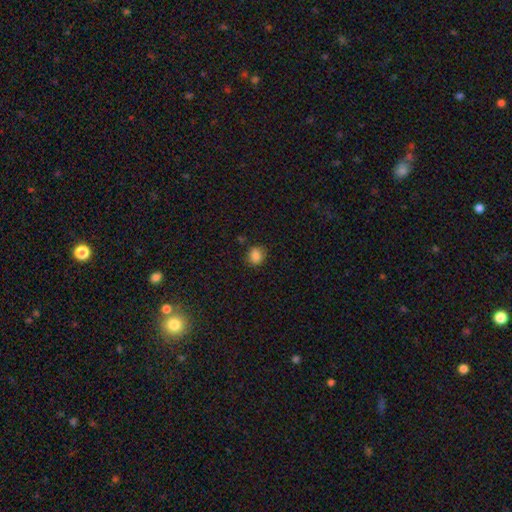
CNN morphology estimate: Smooth or featured?
  - smooth: 85% *
  - star or artifact: 11%
  - featured or disk: 4%
How rounded?
  - round: 70% *
  - in between: 29%
  - cigar-shaped: 1%
Merging?
  - none: 80% *
  - minor disturbance: 15%
  - major disturbance: 3%
  - merger: 2%